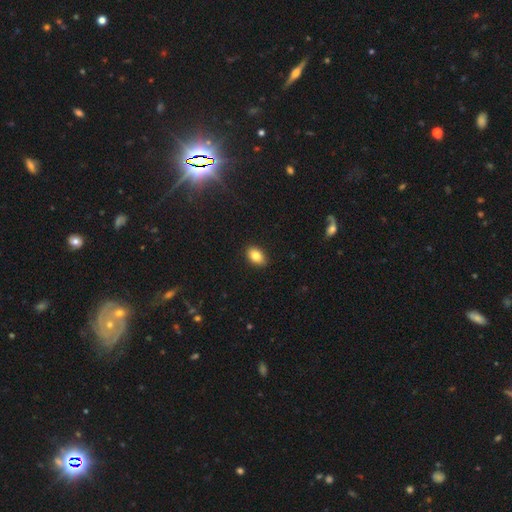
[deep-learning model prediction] Overall: smooth (85%). How rounded: in between (86%). Merging: none (86%).